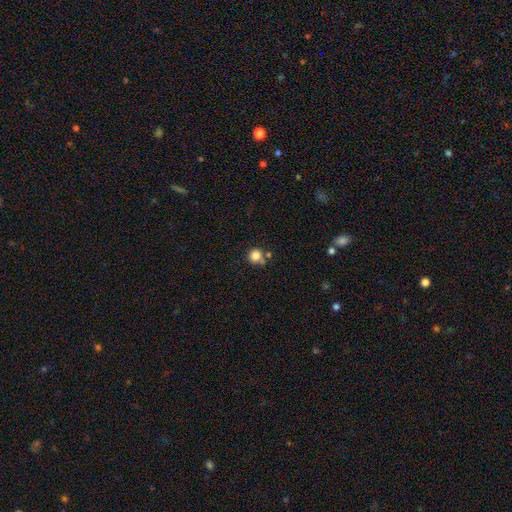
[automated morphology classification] This is clearly a smooth galaxy (83%). How rounded: clearly round (91%). Merging: likely none (66%).